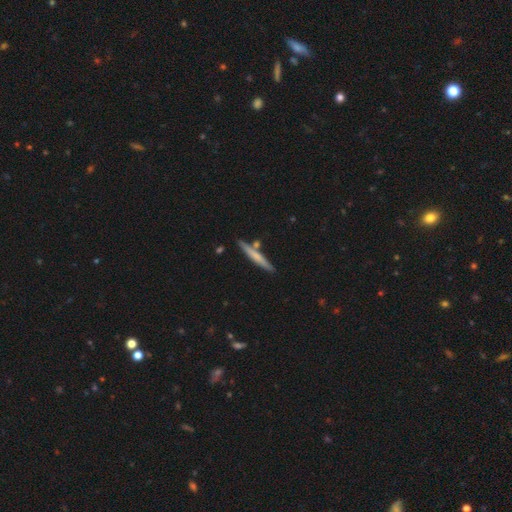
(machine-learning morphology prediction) smooth_or_featured: smooth (p=0.58) [alt: featured or disk p=0.36]
how_rounded: cigar-shaped (p=0.95) [alt: in between p=0.03]
merging: none (p=0.82) [alt: minor disturbance p=0.10]